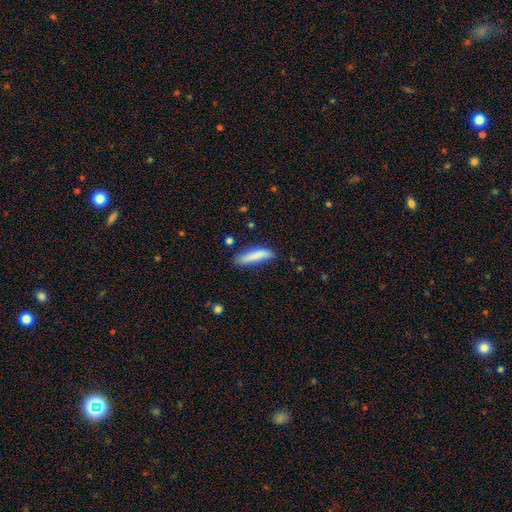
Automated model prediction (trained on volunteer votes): Morphology: type=smooth (84%); roundness=cigar-shaped (73%); merging=none (73%).